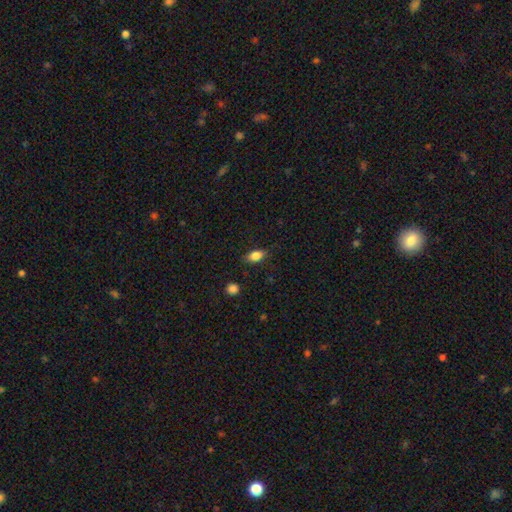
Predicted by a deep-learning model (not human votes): A smooth galaxy with no disk features (82%) that is in between round and cigar-shaped (84%).

Vote fractions:
- Smooth or featured? smooth: 82% / featured or disk: 9% / star or artifact: 9%
- How rounded? in between: 84% / round: 9% / cigar-shaped: 7%
- Merging? none: 83% / minor disturbance: 13% / major disturbance: 3% / merger: 1%